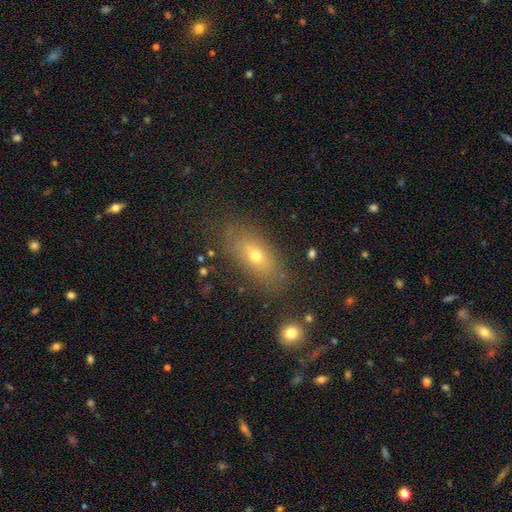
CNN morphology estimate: Smooth or featured: smooth — 58% (featured or disk — 30%)
How rounded: in between — 80% (cigar-shaped — 12%)
Merging: none — 72% (minor disturbance — 17%)